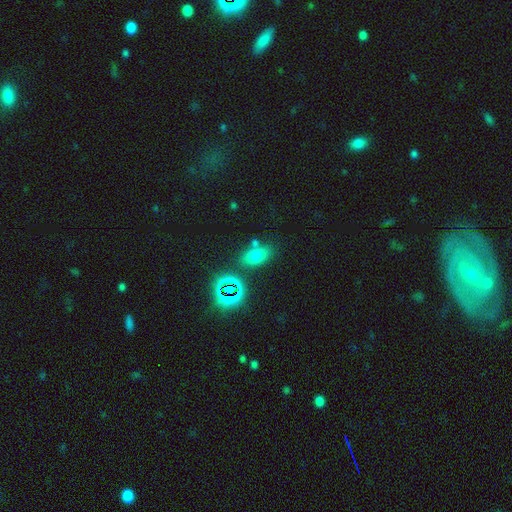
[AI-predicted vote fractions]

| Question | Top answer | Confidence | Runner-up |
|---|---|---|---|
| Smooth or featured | smooth | 66% | star or artifact (24%) |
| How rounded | in between | 83% | round (11%) |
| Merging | none | 72% | minor disturbance (13%) |